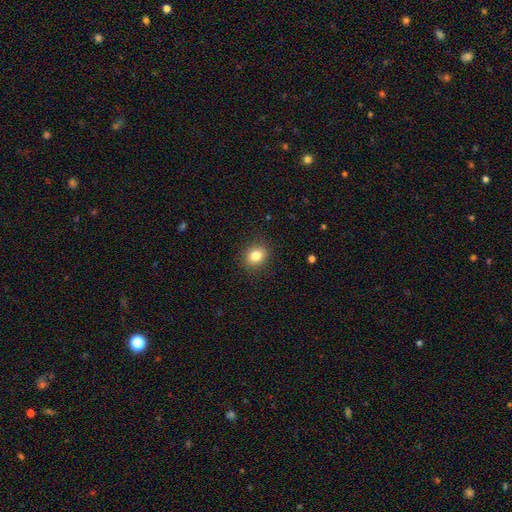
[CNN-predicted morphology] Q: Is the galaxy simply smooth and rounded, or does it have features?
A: smooth — 83%.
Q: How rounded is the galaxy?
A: round — 61%.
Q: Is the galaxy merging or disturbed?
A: none — 88%.